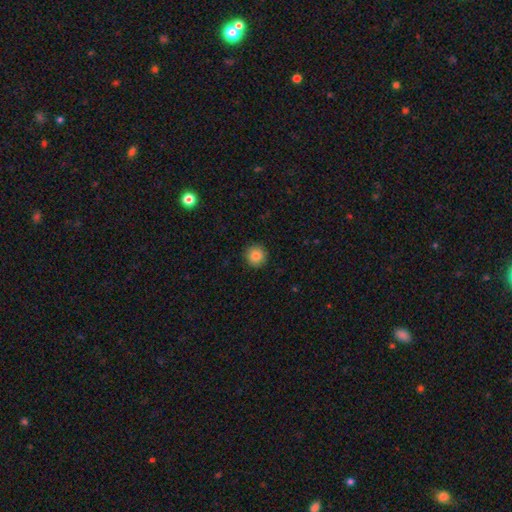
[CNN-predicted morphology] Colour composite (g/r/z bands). It shows a smooth galaxy with no disk features (85%) that is round (94%). Merging: none (91%).